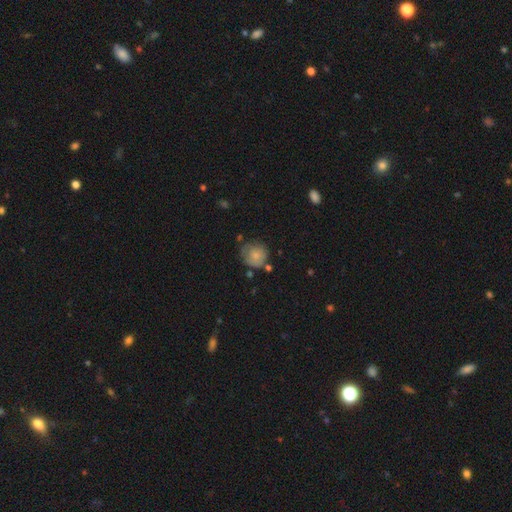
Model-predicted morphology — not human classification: Smooth or featured?
  - smooth: 71% *
  - featured or disk: 22%
  - star or artifact: 8%
How rounded?
  - round: 87% *
  - in between: 12%
  - cigar-shaped: 1%
Merging?
  - none: 59% *
  - minor disturbance: 27%
  - major disturbance: 8%
  - merger: 6%